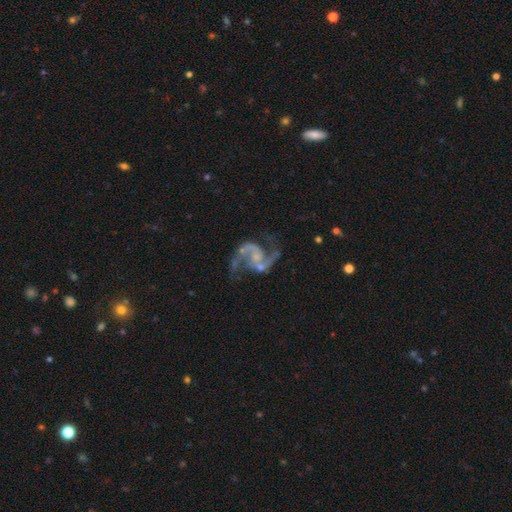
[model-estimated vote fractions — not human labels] This is clearly a featured or disk galaxy (91%). It is clearly not viewed edge-on (98%). Bar: possibly no (57%). Spiral arm pattern: clearly yes (97%). Spiral arm count: clearly 2 (93%). Spiral winding: possibly medium (50%). Central bulge: marginally small (44%). Merging: likely none (61%).